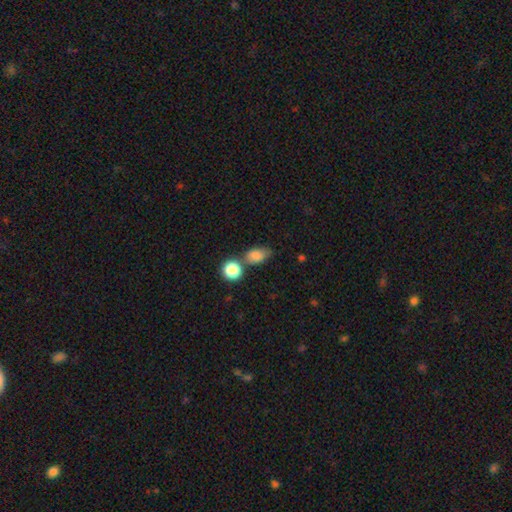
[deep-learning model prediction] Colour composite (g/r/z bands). It shows a smooth galaxy with no disk features (81%) that is in between round and cigar-shaped (78%). Merging: none (51%).